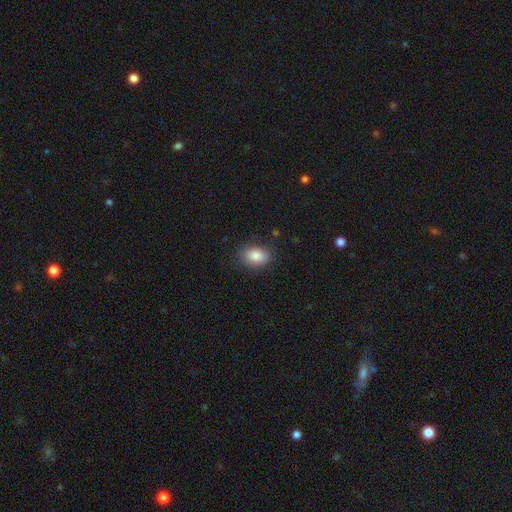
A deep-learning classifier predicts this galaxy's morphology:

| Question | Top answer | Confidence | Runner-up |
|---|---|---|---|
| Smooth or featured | smooth | 84% | star or artifact (9%) |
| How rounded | in between | 76% | round (23%) |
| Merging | none | 83% | minor disturbance (12%) |